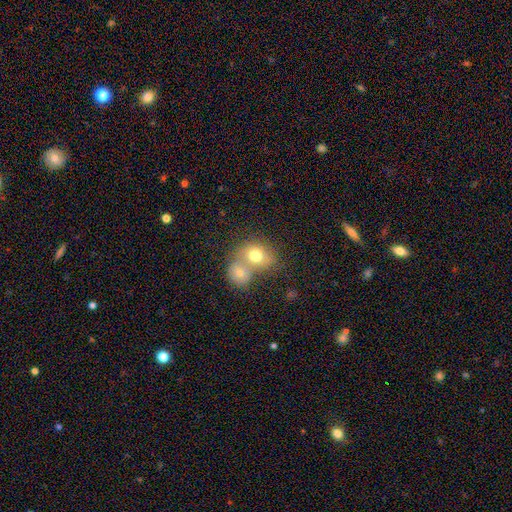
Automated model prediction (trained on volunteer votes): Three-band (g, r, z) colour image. It shows a smooth galaxy with no disk features (74%) that is round (59%). Merging: merger (60%).